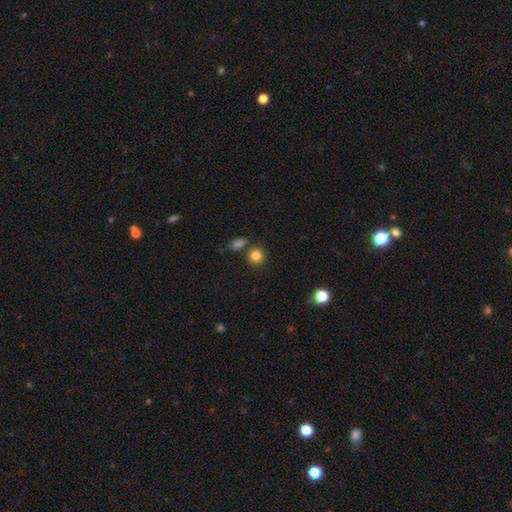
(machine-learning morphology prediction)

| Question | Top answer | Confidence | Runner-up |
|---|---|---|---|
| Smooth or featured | smooth | 84% | star or artifact (11%) |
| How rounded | round | 86% | in between (13%) |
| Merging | none | 77% | merger (11%) |